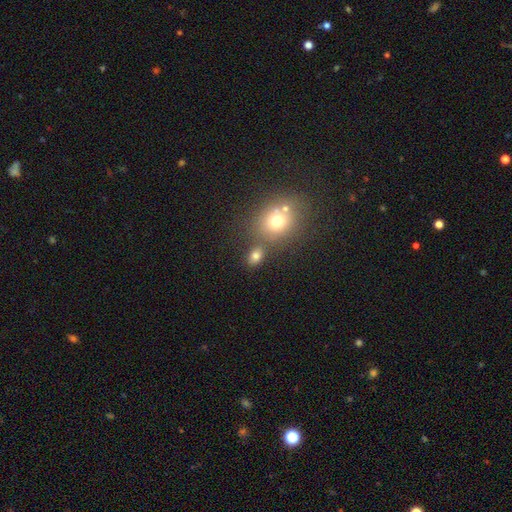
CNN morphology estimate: smooth 76%, star or artifact 15%, featured or disk 9%. Down the decision tree: how rounded — in between (61%); merging — none (66%).